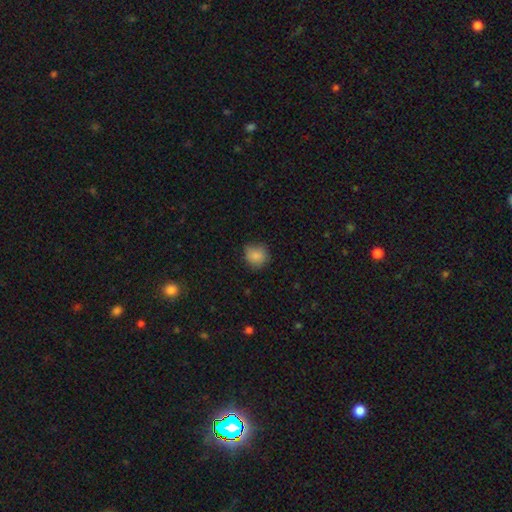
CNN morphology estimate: This is clearly a smooth galaxy (85%). How rounded: clearly round (85%). Merging: likely none (71%).